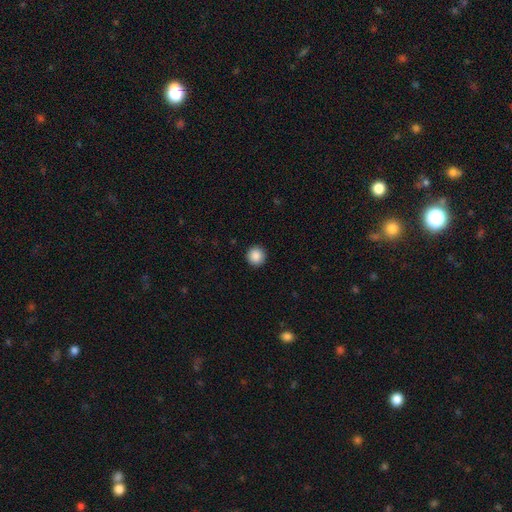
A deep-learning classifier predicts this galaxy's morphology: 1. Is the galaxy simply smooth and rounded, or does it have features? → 88% smooth, 9% star or artifact, 3% featured or disk.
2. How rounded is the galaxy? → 96% round, 3% in between, 1% cigar-shaped.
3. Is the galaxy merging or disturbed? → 93% none, 5% minor disturbance, 2% major disturbance, 1% merger.